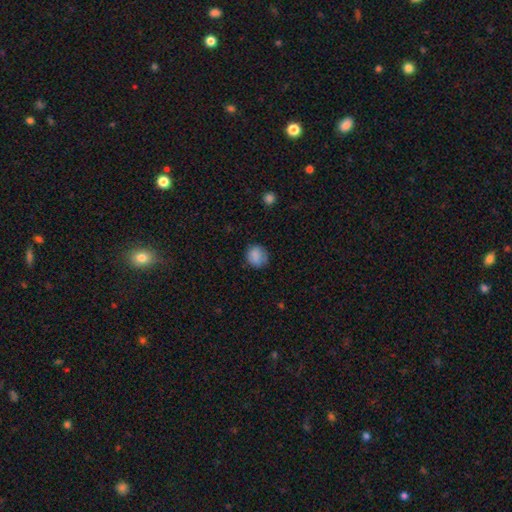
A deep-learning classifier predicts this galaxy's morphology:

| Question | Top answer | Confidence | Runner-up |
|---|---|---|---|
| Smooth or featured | smooth | 85% | star or artifact (9%) |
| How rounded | round | 78% | in between (21%) |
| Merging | none | 75% | minor disturbance (19%) |